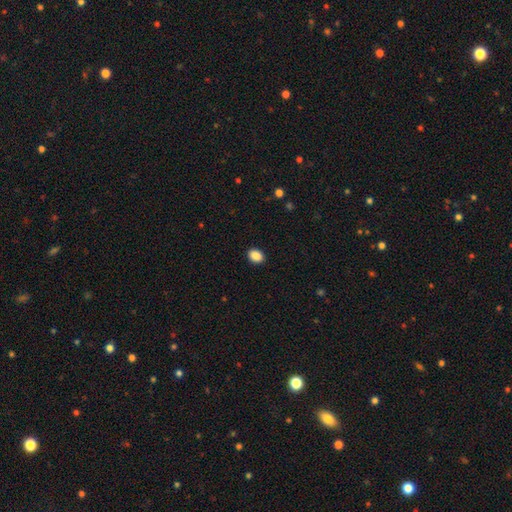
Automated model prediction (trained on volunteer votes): Morphology: type=smooth (89%); roundness=in between (63%); merging=none (91%).